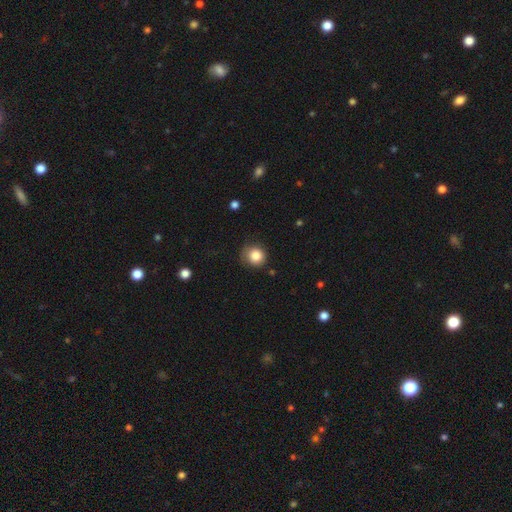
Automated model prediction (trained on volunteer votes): Morphology: type=smooth (84%); roundness=round (88%); merging=none (76%).